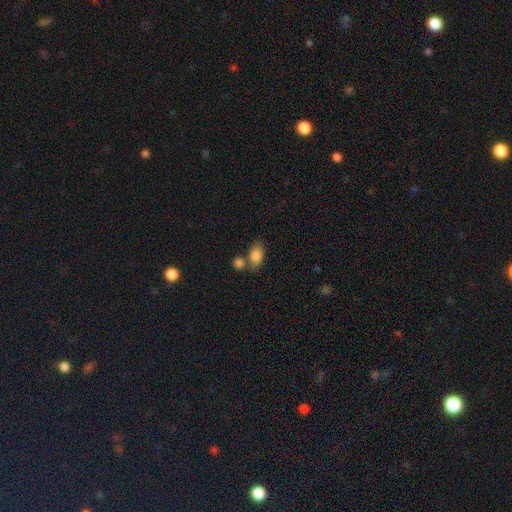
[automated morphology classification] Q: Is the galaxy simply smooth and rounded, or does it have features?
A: smooth — 84%.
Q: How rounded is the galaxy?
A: in between — 86%.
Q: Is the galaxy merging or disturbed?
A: none — 53%.